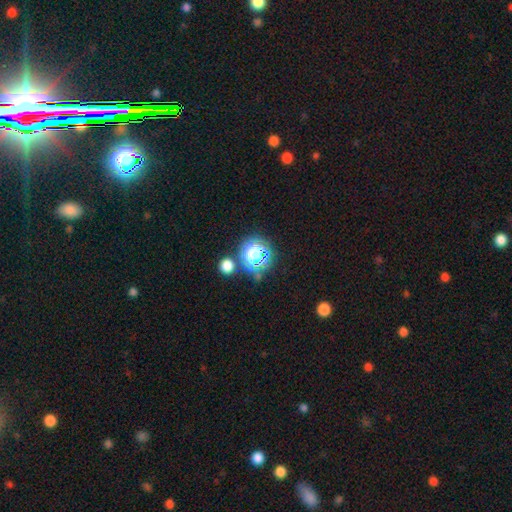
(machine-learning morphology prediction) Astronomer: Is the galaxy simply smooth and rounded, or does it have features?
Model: star or artifact — 52% (runner-up: smooth, 38%).